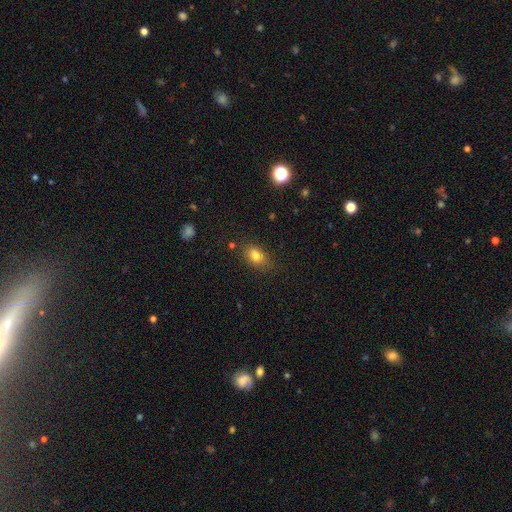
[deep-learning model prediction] smooth_or_featured: smooth (p=0.80) [alt: star or artifact p=0.11]
how_rounded: in between (p=0.83) [alt: round p=0.14]
merging: none (p=0.75) [alt: minor disturbance p=0.17]